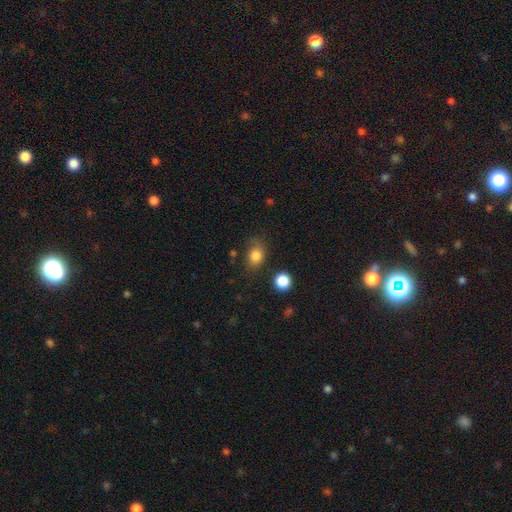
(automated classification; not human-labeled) Smooth or featured?
  - smooth: 83% *
  - star or artifact: 11%
  - featured or disk: 7%
How rounded?
  - in between: 59% *
  - round: 40%
  - cigar-shaped: 1%
Merging?
  - none: 69% *
  - minor disturbance: 21%
  - major disturbance: 7%
  - merger: 3%